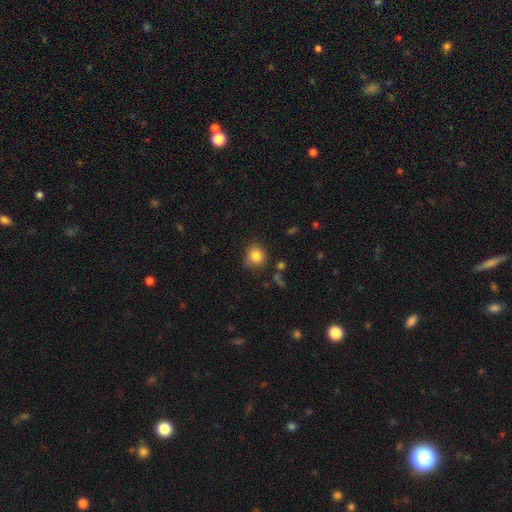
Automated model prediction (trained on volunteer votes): Smooth or featured? smooth (84%)
How rounded? round (86%)
Merging? none (74%)